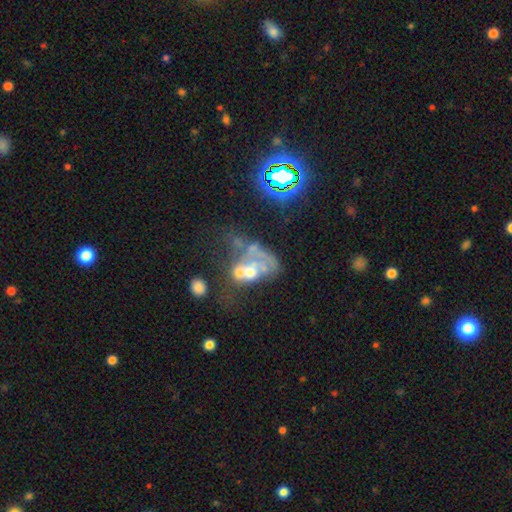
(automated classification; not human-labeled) Smooth or featured? Predicted: featured or disk (p=0.53). Edge-on disk? Predicted: no (p=0.96). Bar? Predicted: no (p=0.88). Spiral arms? Predicted: no (p=0.80). Bulge size? Predicted: moderate (p=0.48). Merging? Predicted: merger (p=0.46).